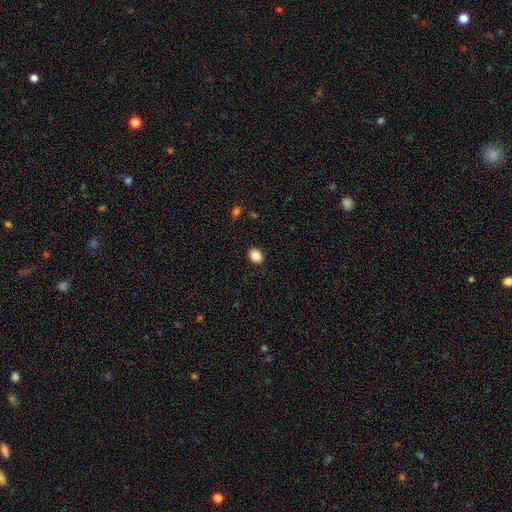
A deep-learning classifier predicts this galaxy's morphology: Smooth or featured? smooth (86%)
How rounded? in between (59%)
Merging? none (90%)